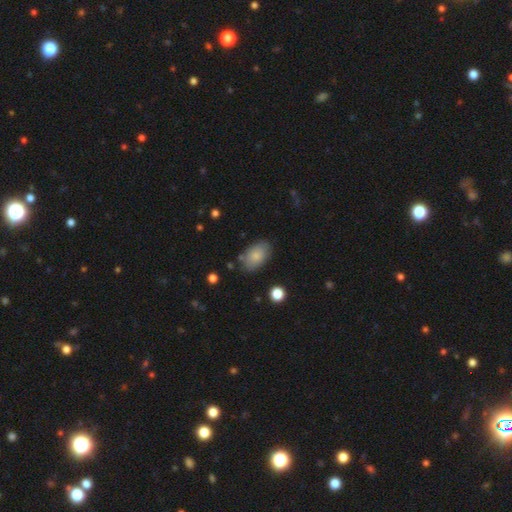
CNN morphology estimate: smooth-or-featured: smooth: 81% | featured or disk: 12% | star or artifact: 7%
  how-rounded: in between: 91% | round: 7% | cigar-shaped: 1%
  merging: none: 78% | minor disturbance: 15% | major disturbance: 4% | merger: 3%